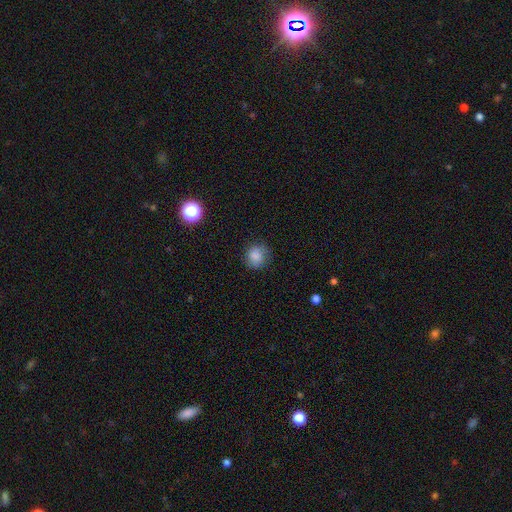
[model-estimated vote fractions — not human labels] Morphology: type=smooth (83%); roundness=round (85%); merging=none (79%).